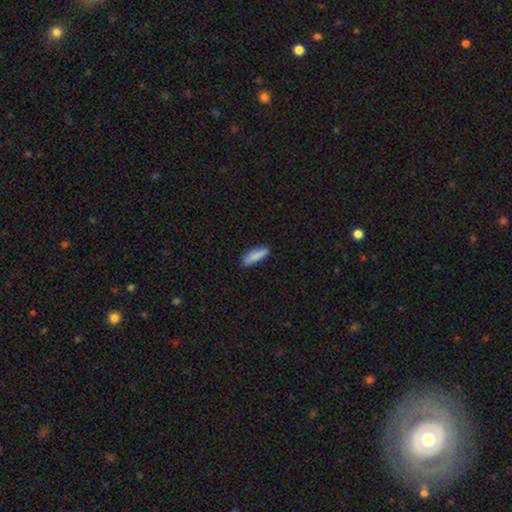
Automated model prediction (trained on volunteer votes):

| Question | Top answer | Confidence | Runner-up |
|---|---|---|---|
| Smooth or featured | smooth | 86% | featured or disk (7%) |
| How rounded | cigar-shaped | 56% | in between (42%) |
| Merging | none | 82% | minor disturbance (14%) |